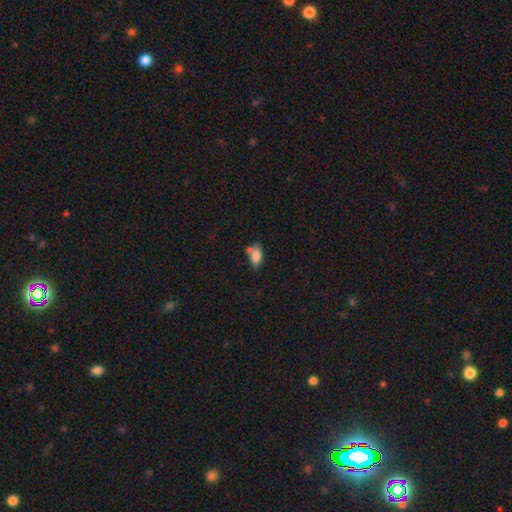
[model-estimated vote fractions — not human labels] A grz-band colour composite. It shows a smooth galaxy with no disk features (80%) that is in between round and cigar-shaped (88%). Merging: none (53%).